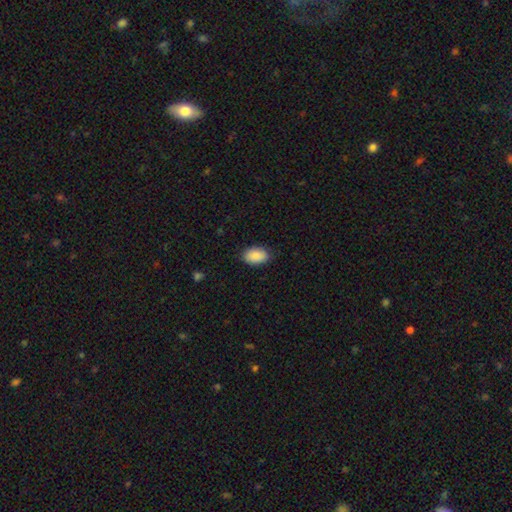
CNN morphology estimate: Overall: smooth (89%). How rounded: in between (92%). Merging: none (86%).